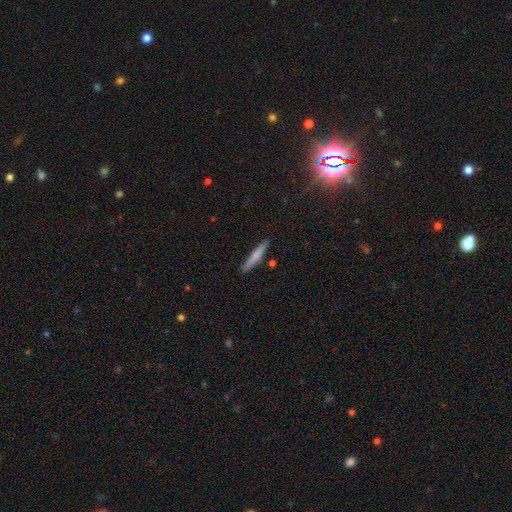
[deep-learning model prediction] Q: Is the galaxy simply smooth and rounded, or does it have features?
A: smooth — 70%.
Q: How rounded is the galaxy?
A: cigar-shaped — 95%.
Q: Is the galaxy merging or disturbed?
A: none — 88%.